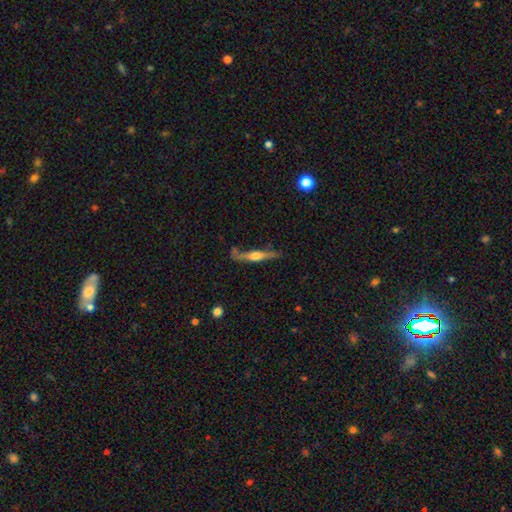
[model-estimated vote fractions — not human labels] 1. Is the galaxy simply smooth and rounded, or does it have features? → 68% featured or disk, 27% smooth, 5% star or artifact.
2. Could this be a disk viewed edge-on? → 96% yes, 4% no.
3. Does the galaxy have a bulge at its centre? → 91% rounded, 5% boxy, 4% none.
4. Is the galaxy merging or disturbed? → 74% none, 17% minor disturbance, 5% merger, 4% major disturbance.